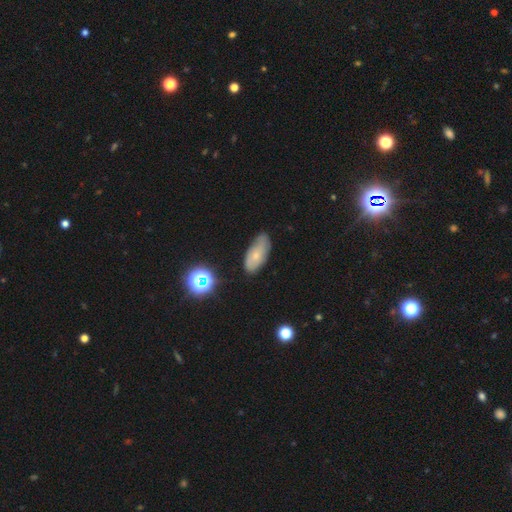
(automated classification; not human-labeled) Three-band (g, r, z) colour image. It shows a smooth galaxy with no disk features (57%) that is in between round and cigar-shaped (87%). Merging: none (67%).